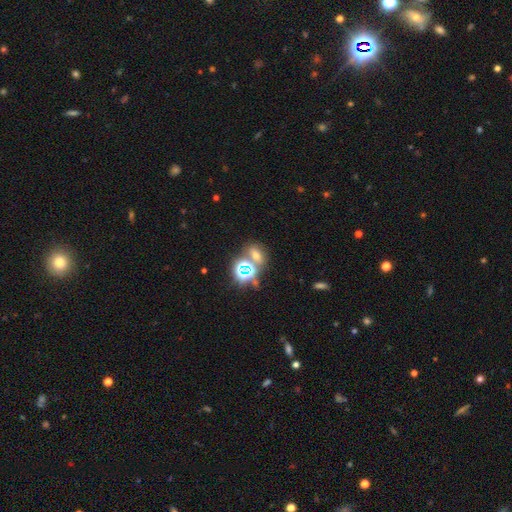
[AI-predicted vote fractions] Smooth or featured?
  - smooth: 44% *
  - star or artifact: 43%
  - featured or disk: 13%
Merging?
  - none: 60% *
  - merger: 24%
  - minor disturbance: 11%
  - major disturbance: 5%